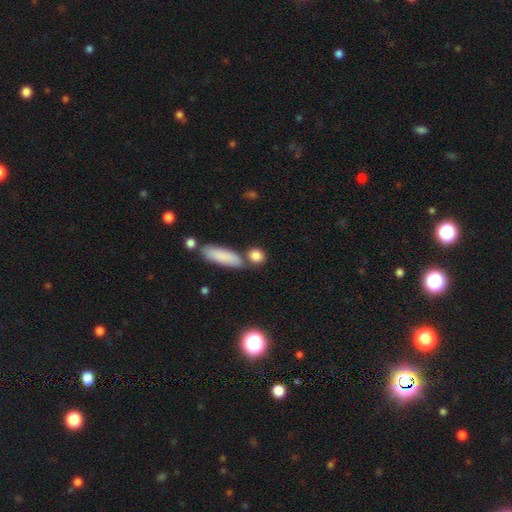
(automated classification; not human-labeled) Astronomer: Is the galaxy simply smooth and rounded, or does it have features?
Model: smooth — 85%.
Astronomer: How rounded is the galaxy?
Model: round — 61%.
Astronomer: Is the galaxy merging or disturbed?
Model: none — 68%.